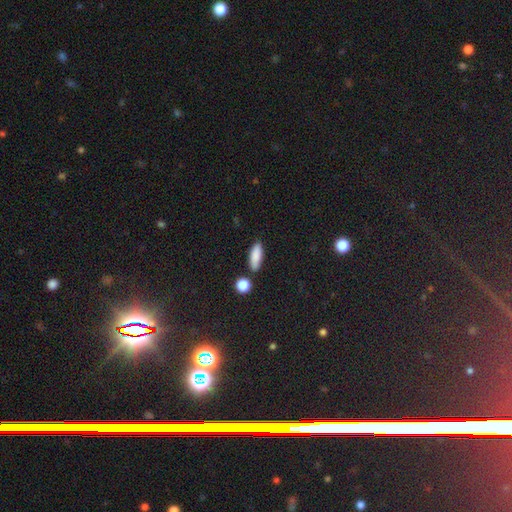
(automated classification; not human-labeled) Smooth or featured?
  - smooth: 87% *
  - star or artifact: 7%
  - featured or disk: 6%
How rounded?
  - in between: 65% *
  - cigar-shaped: 32%
  - round: 4%
Merging?
  - none: 80% *
  - minor disturbance: 12%
  - merger: 6%
  - major disturbance: 3%